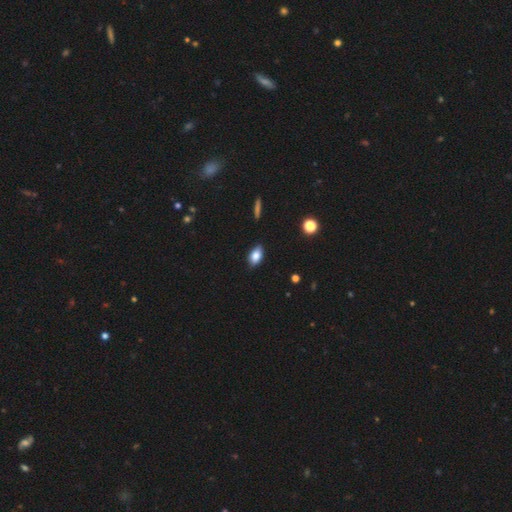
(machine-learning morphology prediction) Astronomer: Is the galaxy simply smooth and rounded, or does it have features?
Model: smooth — 81%.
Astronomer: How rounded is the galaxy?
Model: in between — 88%.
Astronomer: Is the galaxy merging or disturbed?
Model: none — 84%.